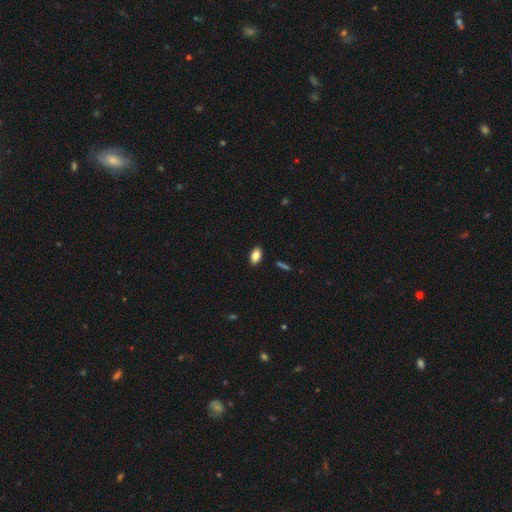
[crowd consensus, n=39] Overall: smooth (85%). How rounded: in between (91%). Merging: none (100%).